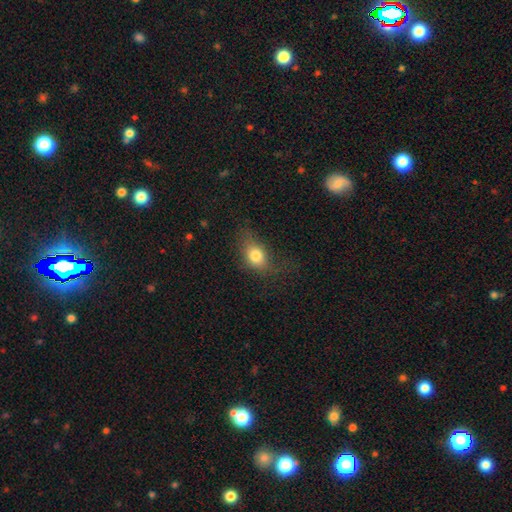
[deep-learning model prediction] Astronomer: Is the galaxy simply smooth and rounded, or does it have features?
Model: smooth — 76%.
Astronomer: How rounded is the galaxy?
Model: in between — 63%.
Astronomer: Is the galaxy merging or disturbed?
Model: none — 54%.